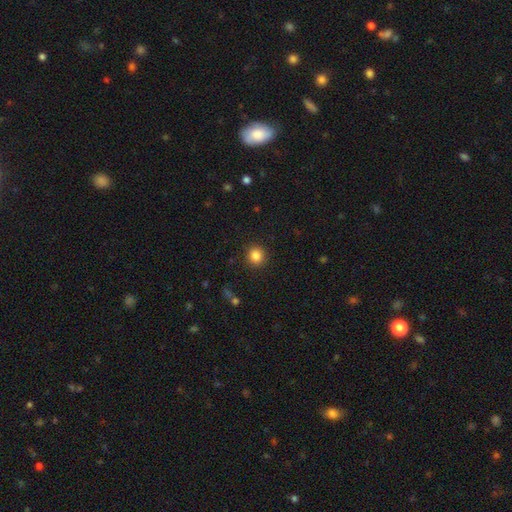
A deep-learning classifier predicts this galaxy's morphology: This is clearly a smooth galaxy (84%). How rounded: clearly round (91%). Merging: clearly none (91%).